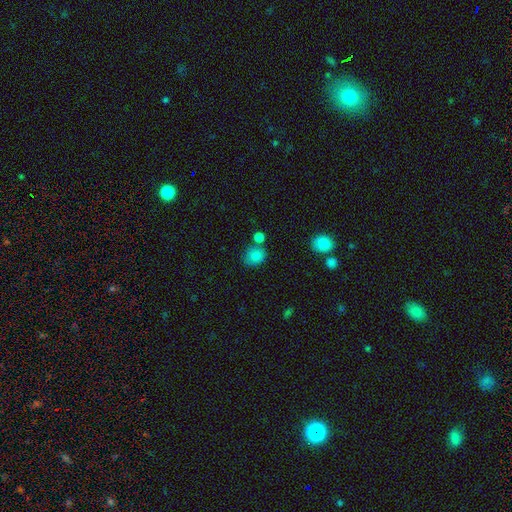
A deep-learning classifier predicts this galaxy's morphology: Smooth or featured: smooth — 81% (star or artifact — 11%)
How rounded: round — 64% (in between — 35%)
Merging: none — 68% (merger — 16%)